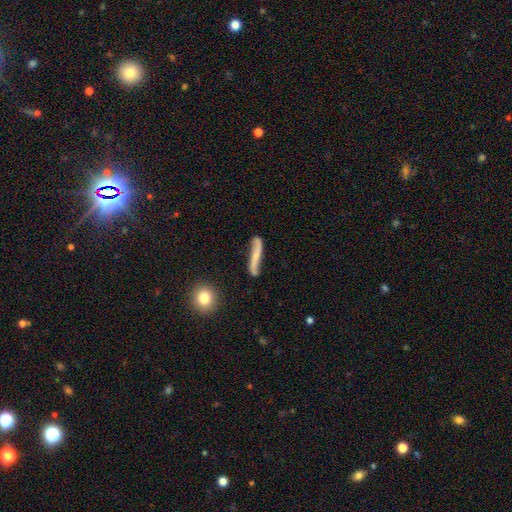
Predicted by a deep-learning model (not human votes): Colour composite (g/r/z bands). It shows a featured or disk galaxy (60%). Merging: none (65%).